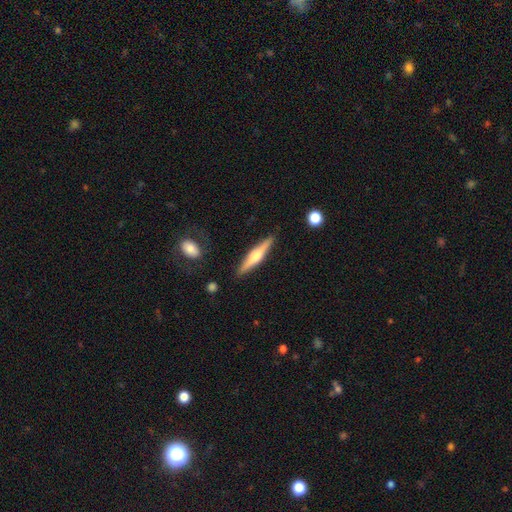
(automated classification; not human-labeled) Morphology: type=featured or disk (61%); edge-on=yes (97%); edge-on bulge=rounded (80%); merging=none (88%).